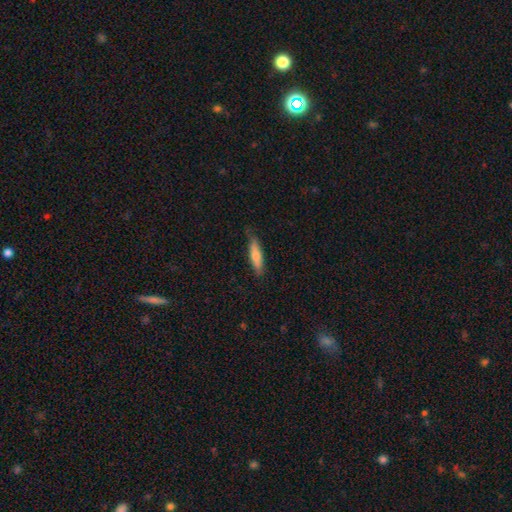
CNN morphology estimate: A smooth galaxy with no disk features (65%) that is cigar-shaped (77%). Merging: none (81%).